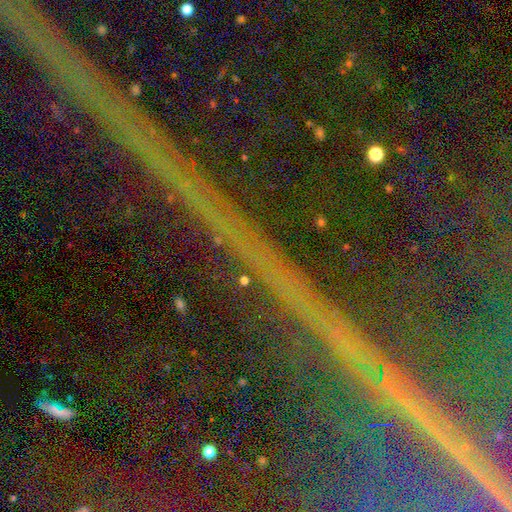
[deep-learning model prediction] This appears to be a star or artifact, not a galaxy (88%).